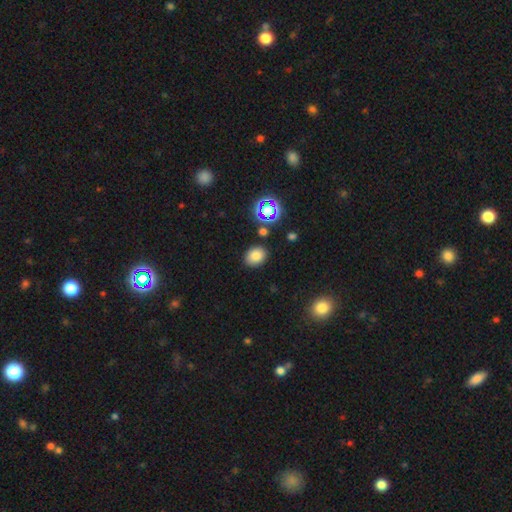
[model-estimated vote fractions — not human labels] Morphology: type=smooth (76%); roundness=in between (61%); merging=none (85%).